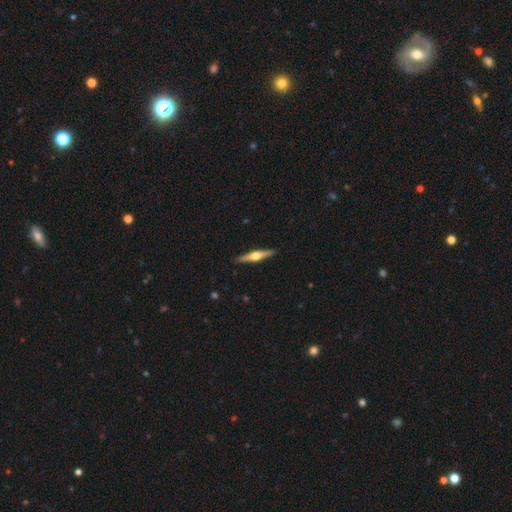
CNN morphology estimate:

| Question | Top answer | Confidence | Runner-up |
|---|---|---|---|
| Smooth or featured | featured or disk | 71% | smooth (24%) |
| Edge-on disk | yes | 98% | no (2%) |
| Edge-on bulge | rounded | 95% | boxy (3%) |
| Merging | none | 91% | minor disturbance (7%) |